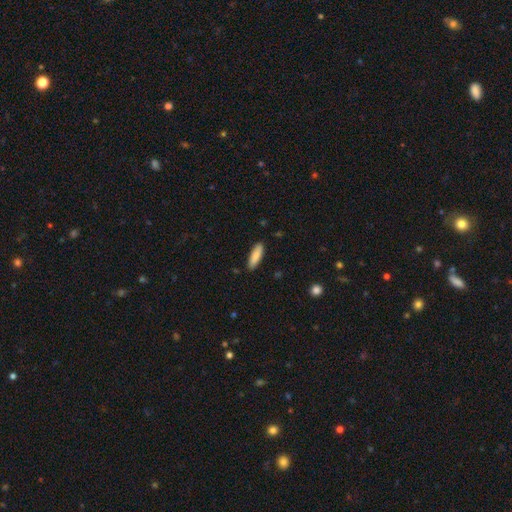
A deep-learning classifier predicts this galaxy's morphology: Smooth or featured: smooth — 86% (featured or disk — 8%)
How rounded: cigar-shaped — 55% (in between — 43%)
Merging: none — 88% (minor disturbance — 9%)